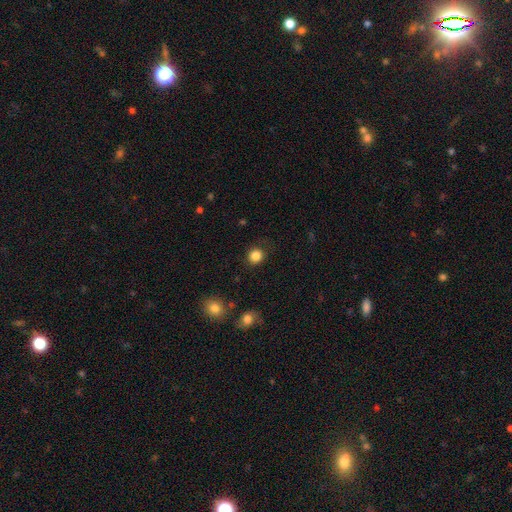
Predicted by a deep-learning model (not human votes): Morphology: type=smooth (85%); roundness=round (88%); merging=none (86%).